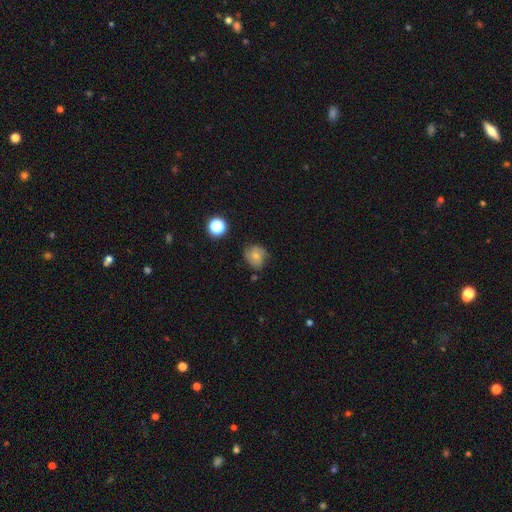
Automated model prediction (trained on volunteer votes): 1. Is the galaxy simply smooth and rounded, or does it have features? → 47% smooth, 40% featured or disk, 13% star or artifact.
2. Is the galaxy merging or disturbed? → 67% none, 25% minor disturbance, 6% major disturbance, 2% merger.